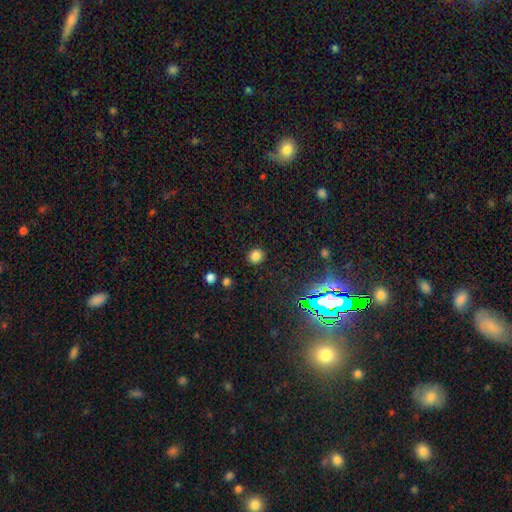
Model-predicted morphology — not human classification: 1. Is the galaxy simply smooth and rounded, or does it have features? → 80% smooth, 15% star or artifact, 5% featured or disk.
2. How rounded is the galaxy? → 84% round, 15% in between, 1% cigar-shaped.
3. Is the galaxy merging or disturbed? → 90% none, 6% minor disturbance, 2% major disturbance, 2% merger.